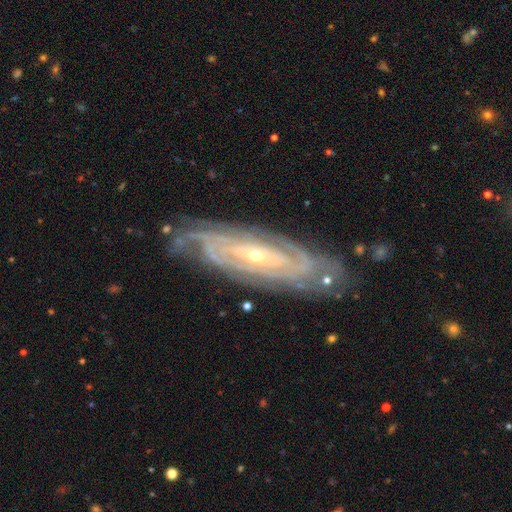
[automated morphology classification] Overall: featured or disk (90%). Edge-on disk: no (88%). Bar: no (49%; weak 31%). Spiral arms: yes (97%). Spiral arm count: can't tell (29%; 4 20%). Spiral winding: tight (77%). Bulge size: small (71%). Merging: none (79%).